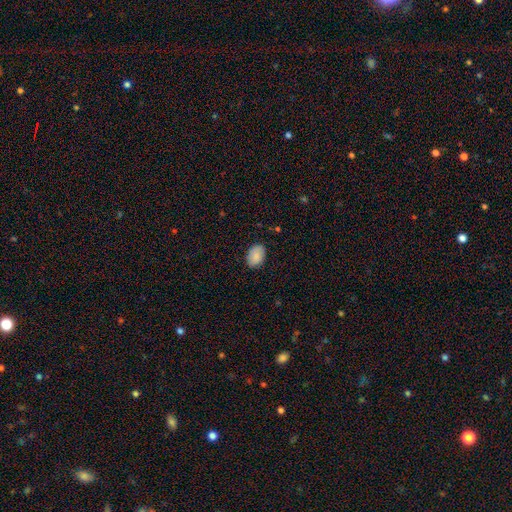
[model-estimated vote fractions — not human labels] smooth_or_featured: smooth (p=0.86) [alt: star or artifact p=0.07]
how_rounded: in between (p=0.80) [alt: round p=0.19]
merging: none (p=0.84) [alt: minor disturbance p=0.13]